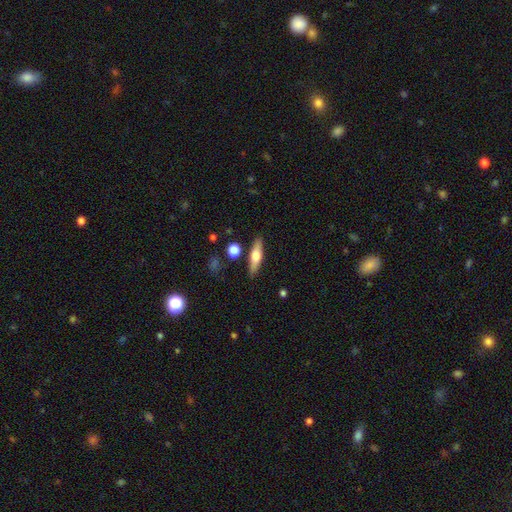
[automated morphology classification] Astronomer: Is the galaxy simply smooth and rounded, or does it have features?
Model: smooth — 53% (runner-up: featured or disk, 40%).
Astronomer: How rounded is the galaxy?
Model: cigar-shaped — 64%.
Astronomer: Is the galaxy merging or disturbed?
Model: none — 85%.